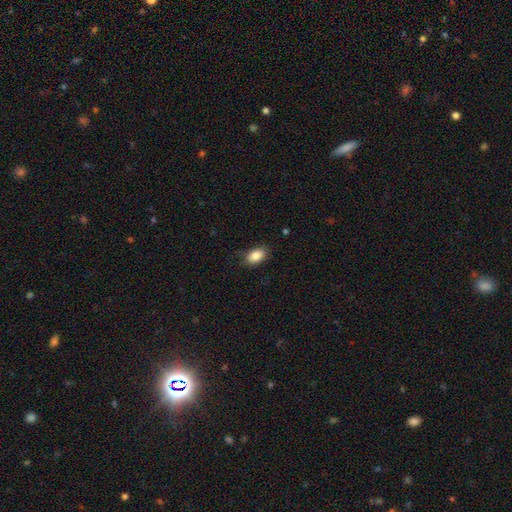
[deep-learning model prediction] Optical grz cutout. It shows a smooth galaxy with no disk features (87%) that is in between round and cigar-shaped (91%). Merging: none (82%).